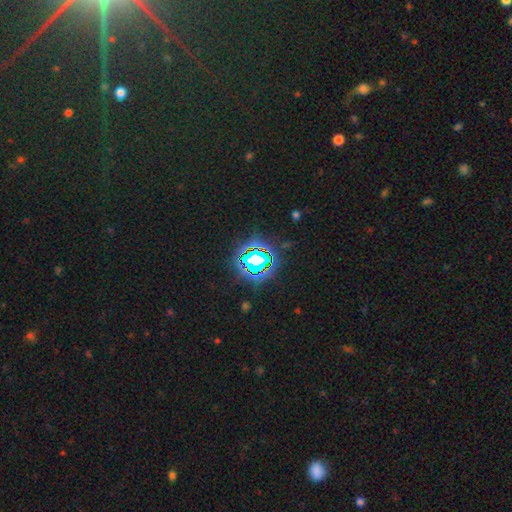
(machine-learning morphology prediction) type=star or artifact (78%).